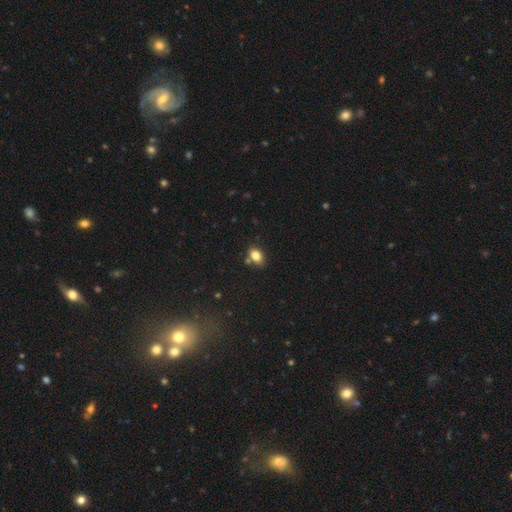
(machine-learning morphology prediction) Smooth or featured?
  - smooth: 81% *
  - star or artifact: 10%
  - featured or disk: 9%
How rounded?
  - in between: 77% *
  - round: 21%
  - cigar-shaped: 2%
Merging?
  - none: 73% *
  - minor disturbance: 14%
  - merger: 10%
  - major disturbance: 3%